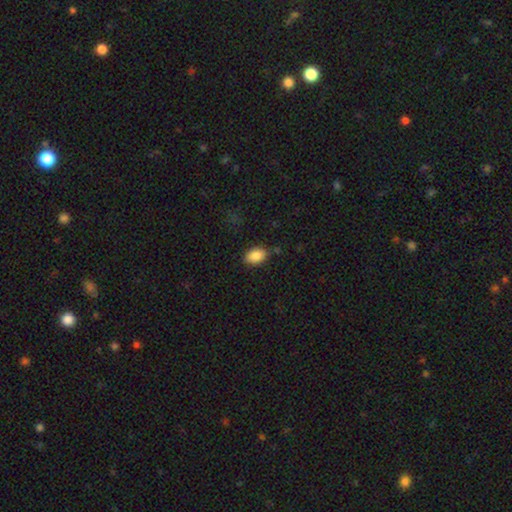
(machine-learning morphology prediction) Q: Smooth or featured?
A: smooth (87%); runner-up: star or artifact (8%)
Q: How rounded?
A: in between (89%); runner-up: round (9%)
Q: Merging?
A: none (82%); runner-up: minor disturbance (12%)